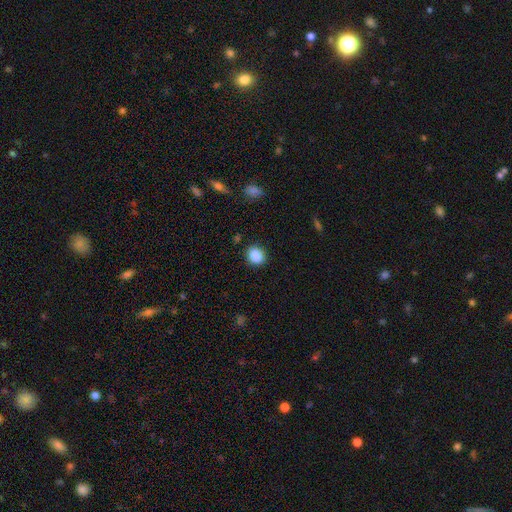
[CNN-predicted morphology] Q: Smooth or featured?
A: smooth (88%); runner-up: star or artifact (9%)
Q: How rounded?
A: round (60%); runner-up: in between (38%)
Q: Merging?
A: none (86%); runner-up: minor disturbance (10%)